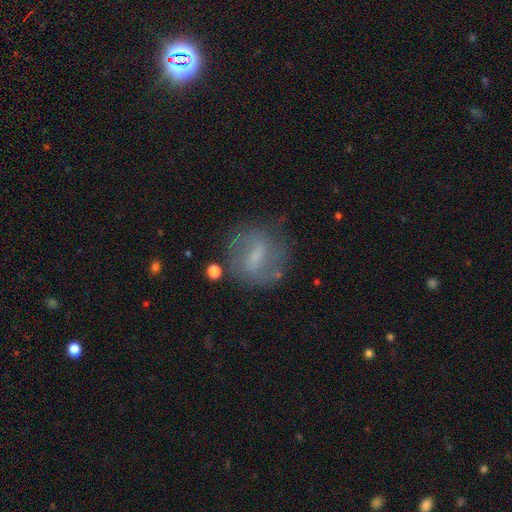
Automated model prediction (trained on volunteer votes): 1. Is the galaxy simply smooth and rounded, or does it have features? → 58% featured or disk, 33% smooth, 10% star or artifact.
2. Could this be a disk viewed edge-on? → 94% no, 6% yes.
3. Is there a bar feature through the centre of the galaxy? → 52% weak, 30% strong, 18% no.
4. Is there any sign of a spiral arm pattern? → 70% yes, 30% no.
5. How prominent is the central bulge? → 41% small, 29% none, 25% moderate, 3% large, 1% dominant.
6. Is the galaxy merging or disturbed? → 70% none, 17% minor disturbance, 10% major disturbance, 3% merger.